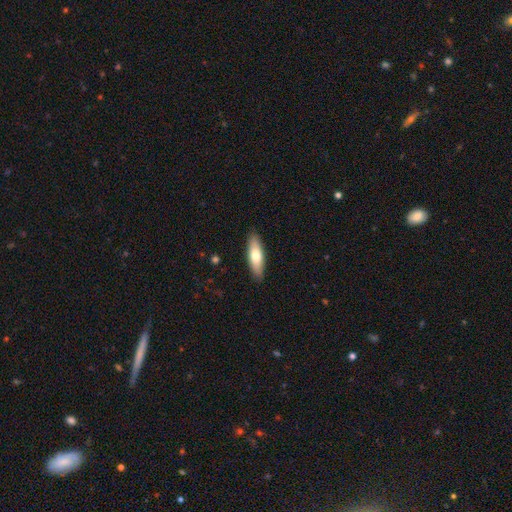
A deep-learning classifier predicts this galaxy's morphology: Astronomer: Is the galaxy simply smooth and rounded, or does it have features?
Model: smooth — 69%.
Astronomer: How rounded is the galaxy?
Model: in between — 51% (runner-up: cigar-shaped, 47%).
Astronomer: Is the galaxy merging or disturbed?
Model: none — 88%.